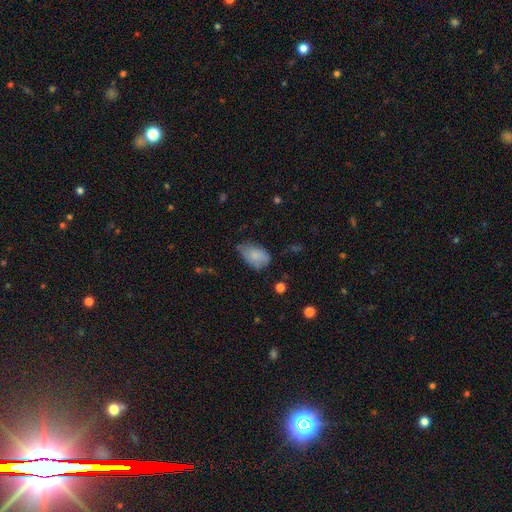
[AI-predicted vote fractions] smooth-or-featured: smooth: 79% | featured or disk: 13% | star or artifact: 8%
  how-rounded: in between: 89% | round: 9% | cigar-shaped: 2%
  merging: minor disturbance: 43% | none: 41% | major disturbance: 13% | merger: 3%